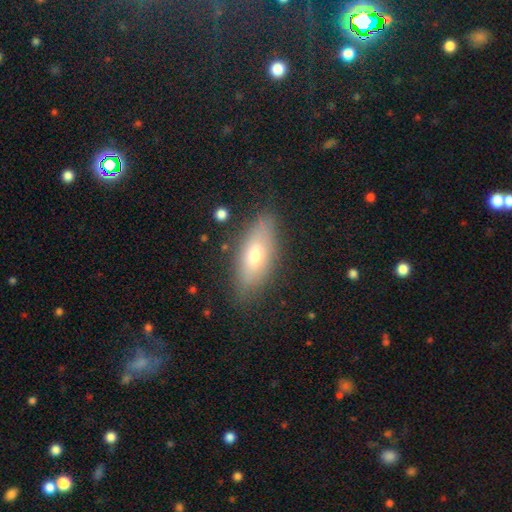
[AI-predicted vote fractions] A smooth galaxy with no disk features (59%) that is in between round and cigar-shaped (70%).

Vote fractions:
- Smooth or featured? smooth: 59% / featured or disk: 31% / star or artifact: 10%
- How rounded? in between: 70% / cigar-shaped: 26% / round: 4%
- Merging? none: 84% / minor disturbance: 12% / major disturbance: 3% / merger: 2%